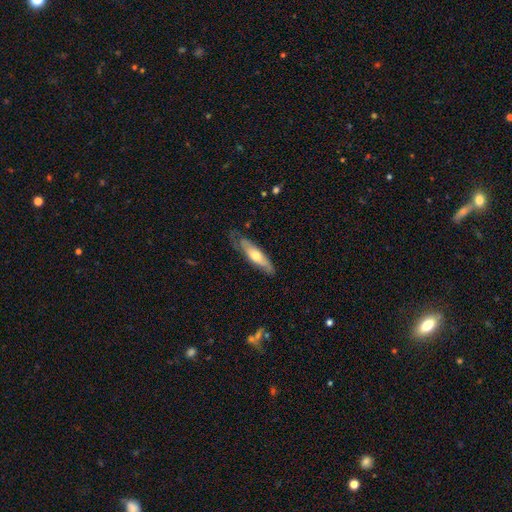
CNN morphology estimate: Smooth or featured?
  - smooth: 51% *
  - featured or disk: 44%
  - star or artifact: 5%
How rounded?
  - cigar-shaped: 67% *
  - in between: 32%
  - round: 2%
Merging?
  - none: 60% *
  - minor disturbance: 28%
  - major disturbance: 11%
  - merger: 2%